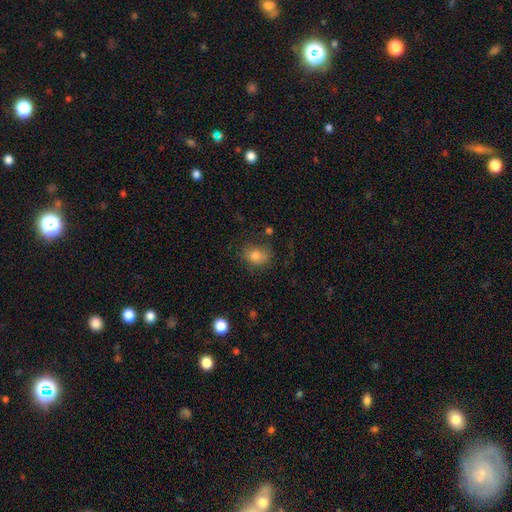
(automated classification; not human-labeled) A smooth galaxy with no disk features (76%) that is round (51%). Merging: none (63%).